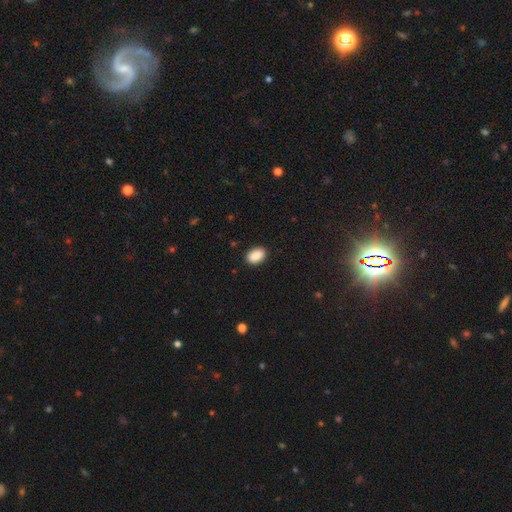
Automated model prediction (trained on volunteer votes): Smooth or featured?
  - smooth: 89% *
  - star or artifact: 7%
  - featured or disk: 4%
How rounded?
  - in between: 89% *
  - round: 10%
  - cigar-shaped: 1%
Merging?
  - none: 90% *
  - minor disturbance: 7%
  - major disturbance: 2%
  - merger: 1%